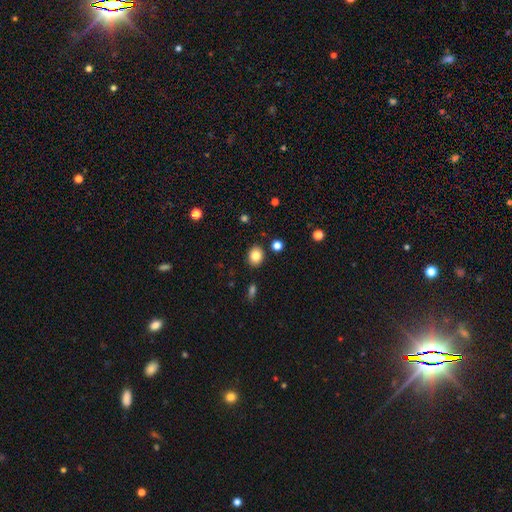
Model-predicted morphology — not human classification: Q: Smooth or featured?
A: smooth (83%); runner-up: star or artifact (10%)
Q: How rounded?
A: round (53%); runner-up: in between (46%)
Q: Merging?
A: none (88%); runner-up: minor disturbance (8%)